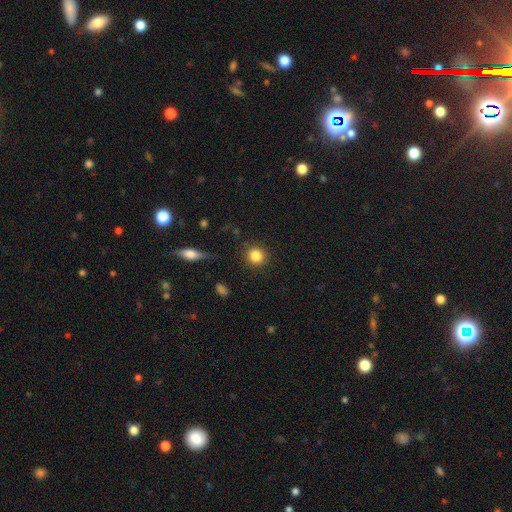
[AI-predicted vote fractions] The model was most divided on "smooth or featured": smooth: 85%, star or artifact: 10%, featured or disk: 5%. More confident: how rounded — round (92%); merging — none (89%).